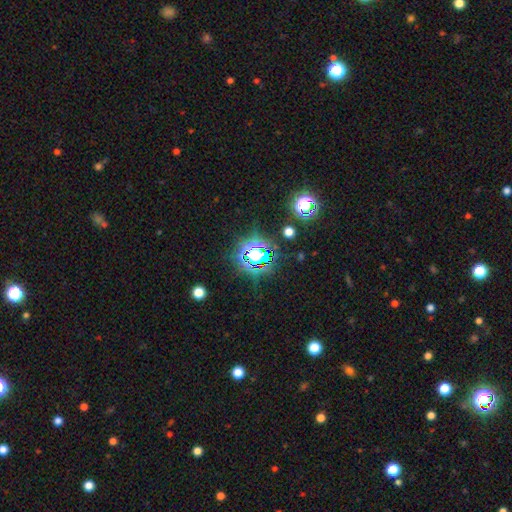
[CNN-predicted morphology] Overall: star or artifact (70%).